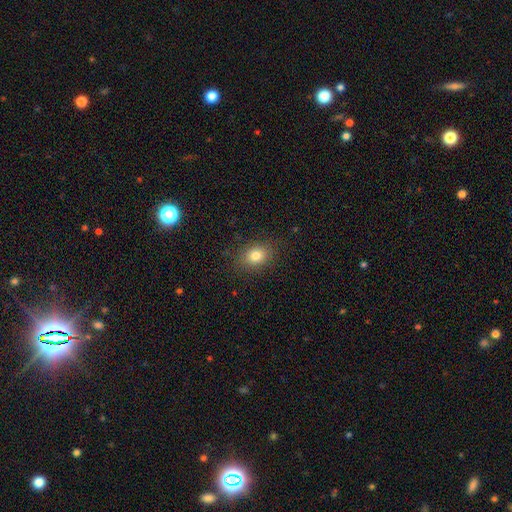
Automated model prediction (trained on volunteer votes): smooth 80%, star or artifact 11%, featured or disk 9%. Down the decision tree: how rounded — in between (62%); merging — none (85%).